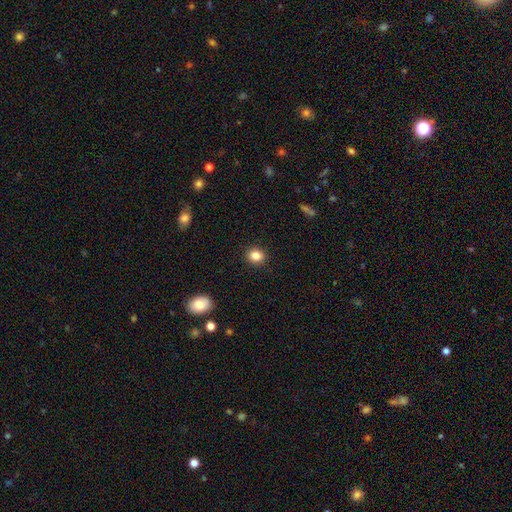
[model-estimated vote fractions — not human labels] Smooth or featured? Predicted: smooth (p=0.84). How rounded? Predicted: round (p=0.75). Merging? Predicted: none (p=0.91).